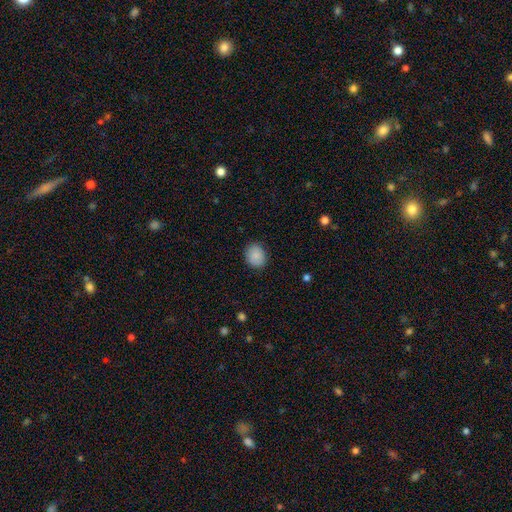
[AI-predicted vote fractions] smooth 88%, star or artifact 7%, featured or disk 5%. Down the decision tree: how rounded — round (62%); merging — none (86%).